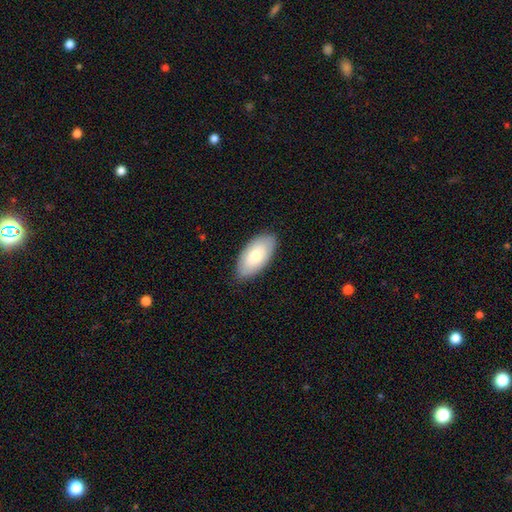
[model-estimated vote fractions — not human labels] smooth_or_featured: smooth (p=0.71) [alt: featured or disk p=0.23]
how_rounded: in between (p=0.94) [alt: cigar-shaped p=0.03]
merging: none (p=0.86) [alt: minor disturbance p=0.11]